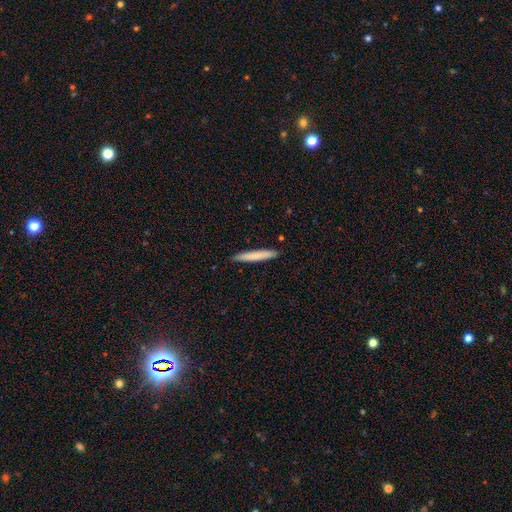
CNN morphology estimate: A smooth galaxy with no disk features (79%) that is cigar-shaped (95%).

Vote fractions:
- Smooth or featured? smooth: 79% / featured or disk: 15% / star or artifact: 6%
- How rounded? cigar-shaped: 95% / in between: 4% / round: 1%
- Merging? none: 91% / minor disturbance: 6% / major disturbance: 1% / merger: 1%